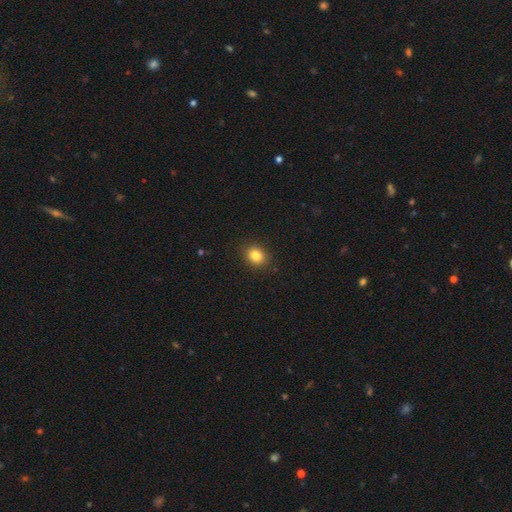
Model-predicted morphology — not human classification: smooth 84%, star or artifact 10%, featured or disk 6%. Down the decision tree: how rounded — round (56%); merging — none (89%).